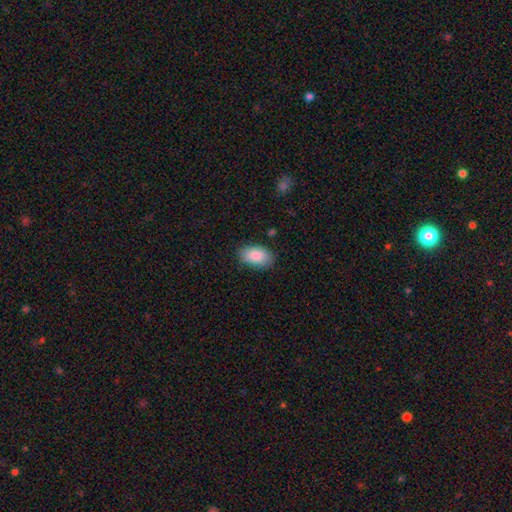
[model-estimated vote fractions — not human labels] Smooth or featured?
  - smooth: 89% *
  - star or artifact: 6%
  - featured or disk: 5%
How rounded?
  - in between: 94% *
  - round: 5%
  - cigar-shaped: 1%
Merging?
  - none: 83% *
  - minor disturbance: 13%
  - major disturbance: 3%
  - merger: 1%